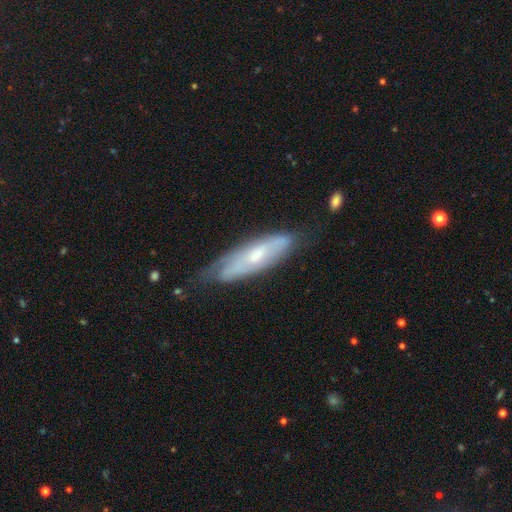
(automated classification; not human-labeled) smooth-or-featured: featured or disk: 61% | smooth: 33% | star or artifact: 7%
  disk-edge-on: no: 67% | yes: 33%
  merging: none: 60% | minor disturbance: 29% | major disturbance: 9% | merger: 2%